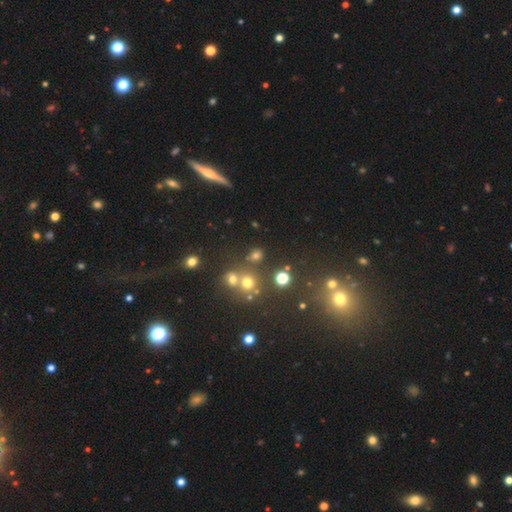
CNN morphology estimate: This is likely a smooth galaxy (66%). How rounded: likely round (72%). Merging: likely none (69%).